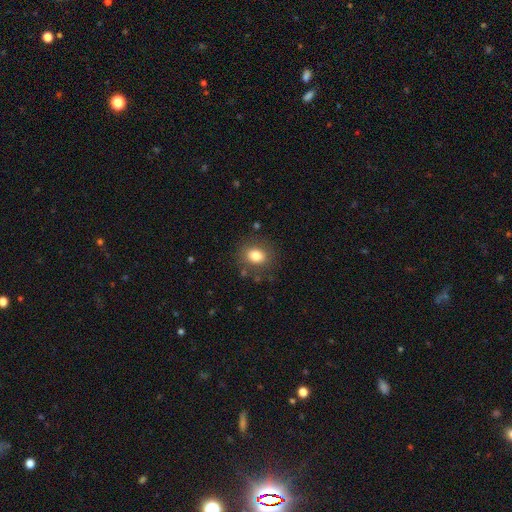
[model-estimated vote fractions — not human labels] This appears to be a smooth galaxy with no disk features (81%) that is round (55%). Merging: none (83%).